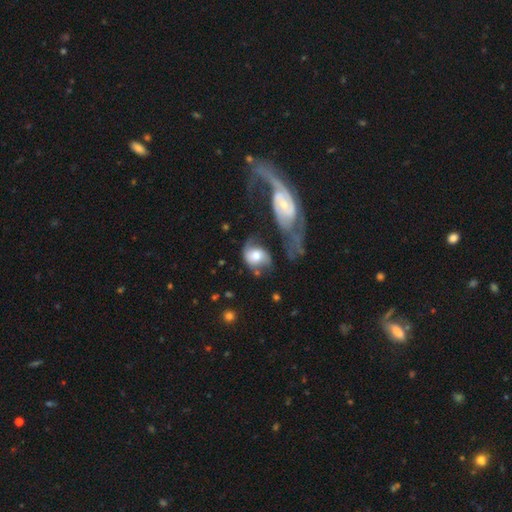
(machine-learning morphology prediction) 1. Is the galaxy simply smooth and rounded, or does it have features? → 47% featured or disk, 46% smooth, 8% star or artifact.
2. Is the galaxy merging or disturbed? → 31% merger, 27% none, 24% major disturbance, 18% minor disturbance.